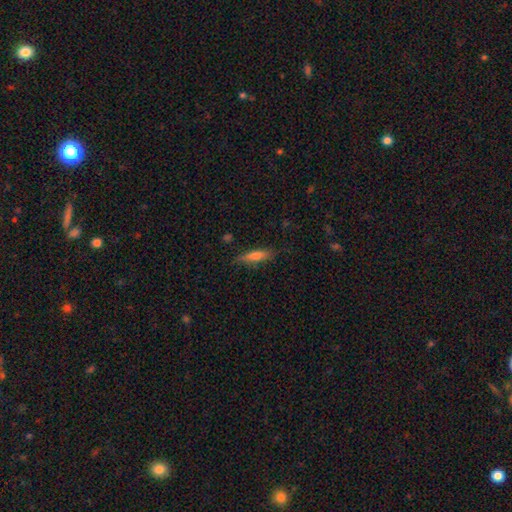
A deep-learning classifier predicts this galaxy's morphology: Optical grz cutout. It shows a smooth galaxy with no disk features (68%) that is cigar-shaped (67%). Merging: none (80%).